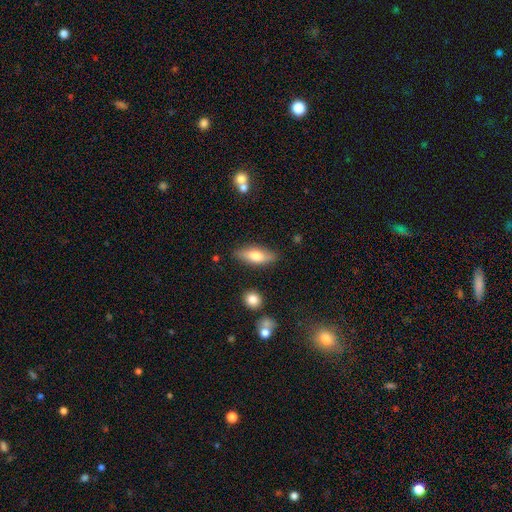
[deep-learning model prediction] This appears to be a smooth galaxy with no disk features (67%) that is in between round and cigar-shaped (67%). Merging: none (84%).